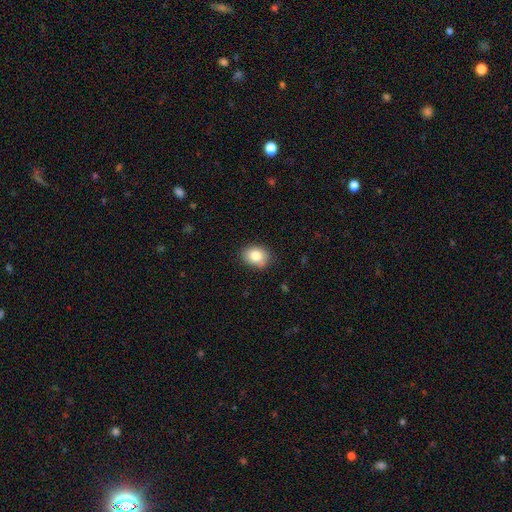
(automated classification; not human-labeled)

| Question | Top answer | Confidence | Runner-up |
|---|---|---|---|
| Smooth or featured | smooth | 84% | featured or disk (8%) |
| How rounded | in between | 60% | round (39%) |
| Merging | none | 83% | minor disturbance (14%) |